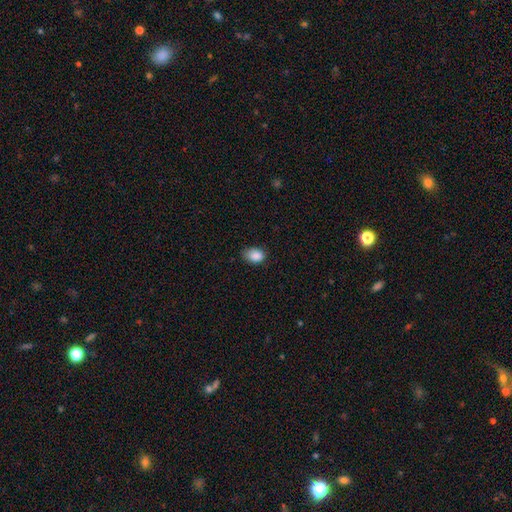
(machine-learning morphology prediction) This appears to be a smooth galaxy with no disk features (88%) that is in between round and cigar-shaped (79%). Merging: none (67%).